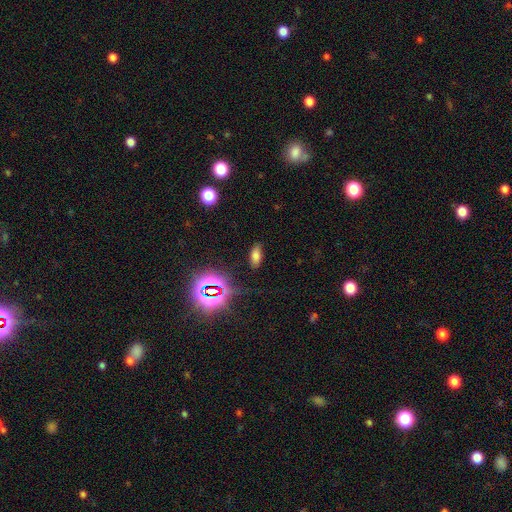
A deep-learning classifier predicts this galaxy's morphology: This is likely a smooth galaxy (66%). How rounded: clearly in between (86%). Merging: clearly none (84%).